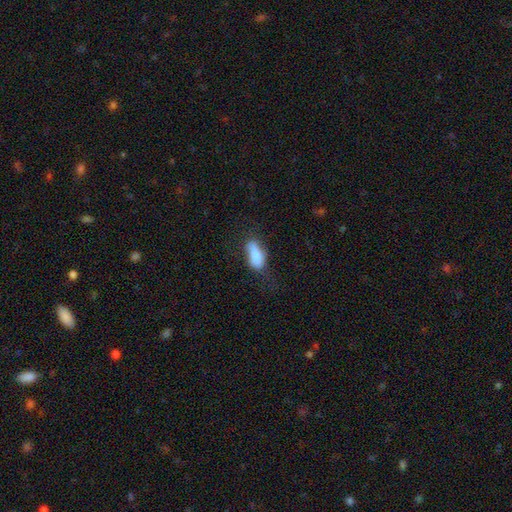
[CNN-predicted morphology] A smooth galaxy with no disk features (81%) that is in between round and cigar-shaped (77%).

Vote fractions:
- Smooth or featured? smooth: 81% / featured or disk: 12% / star or artifact: 7%
- How rounded? in between: 77% / cigar-shaped: 20% / round: 3%
- Merging? none: 51% / minor disturbance: 31% / major disturbance: 15% / merger: 4%